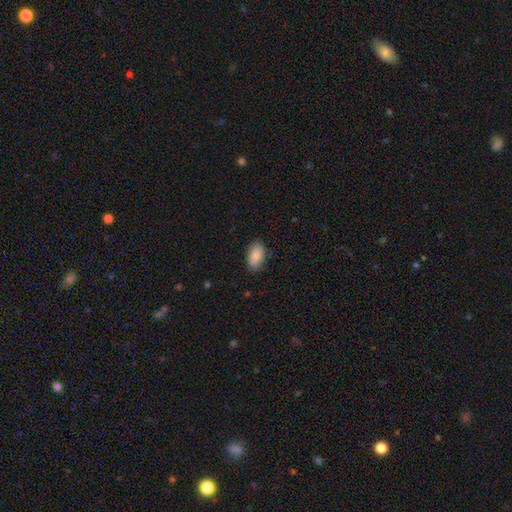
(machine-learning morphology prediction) Smooth or featured?
  - smooth: 87% *
  - star or artifact: 6%
  - featured or disk: 6%
How rounded?
  - in between: 93% *
  - round: 3%
  - cigar-shaped: 3%
Merging?
  - none: 85% *
  - minor disturbance: 12%
  - major disturbance: 3%
  - merger: 1%